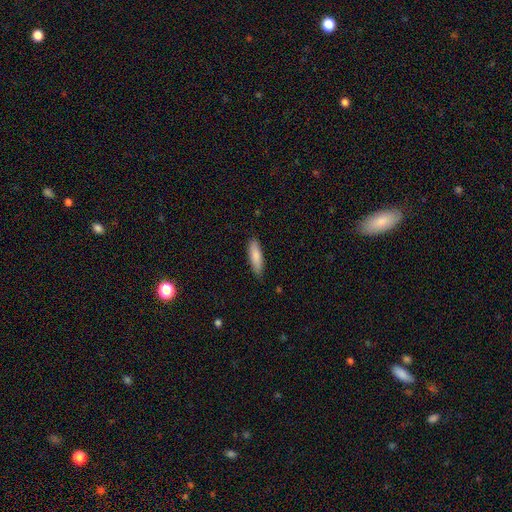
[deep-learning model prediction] smooth 84%, featured or disk 11%, star or artifact 5%. Down the decision tree: how rounded — cigar-shaped (57%); merging — none (85%).